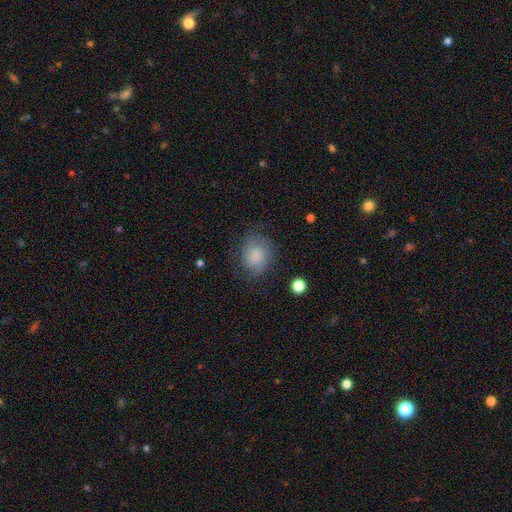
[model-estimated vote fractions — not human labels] This is likely a smooth galaxy (71%). How rounded: likely round (65%). Merging: likely none (65%).